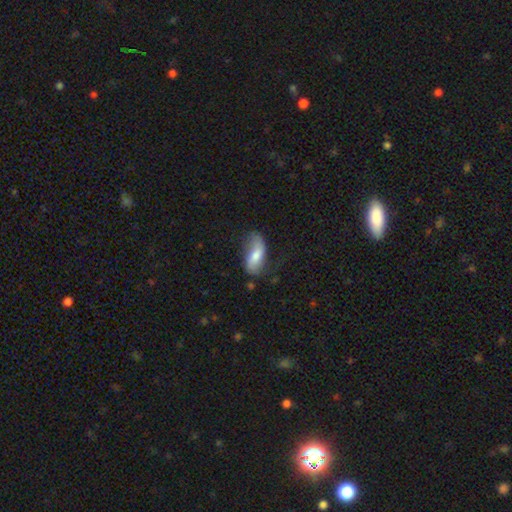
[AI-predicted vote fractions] Smooth or featured? Predicted: smooth (p=0.55). How rounded? Predicted: in between (p=0.83). Merging? Predicted: none (p=0.53).